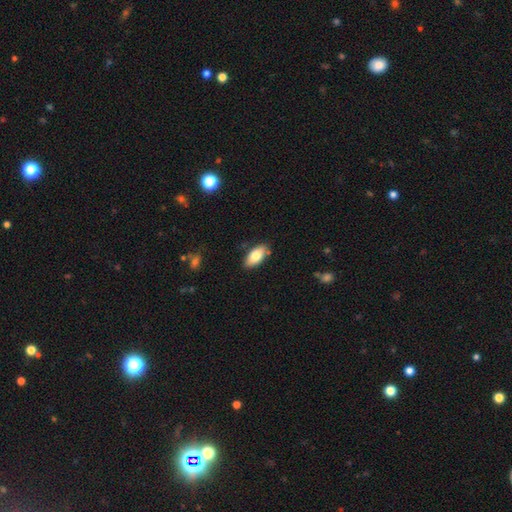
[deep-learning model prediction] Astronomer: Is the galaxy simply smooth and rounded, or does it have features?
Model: smooth — 78%.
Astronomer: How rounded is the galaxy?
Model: in between — 90%.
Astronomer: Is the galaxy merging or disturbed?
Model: none — 84%.